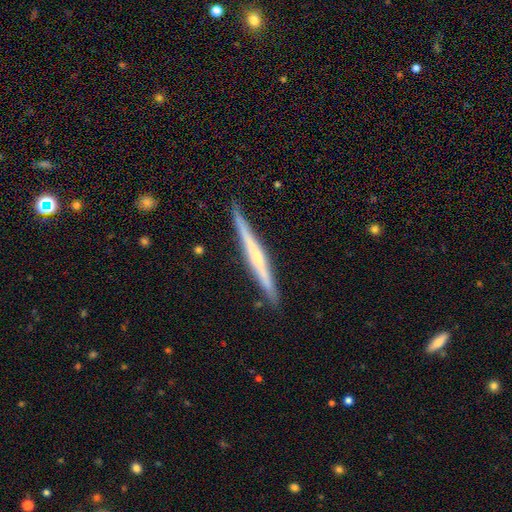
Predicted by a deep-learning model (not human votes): A featured or disk galaxy (68%) viewed edge-on (98%) with a rounded central bulge (48%).

Vote fractions:
- Smooth or featured? featured or disk: 68% / smooth: 27% / star or artifact: 5%
- Edge-on disk? yes: 98% / no: 2%
- Edge-on bulge? rounded: 48% / none: 43% / boxy: 8%
- Merging? none: 90% / minor disturbance: 8% / major disturbance: 1% / merger: 1%